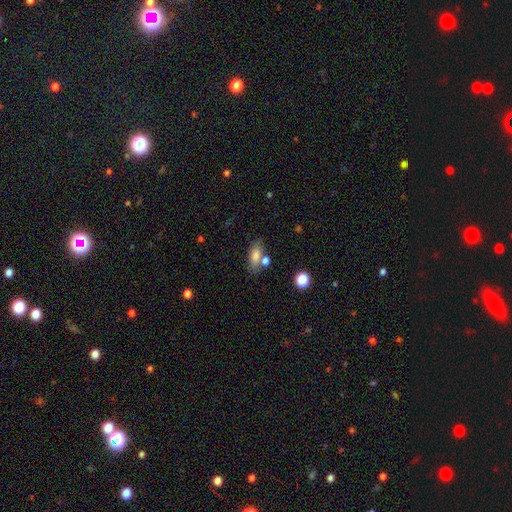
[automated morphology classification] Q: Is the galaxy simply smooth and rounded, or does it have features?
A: smooth — 78%.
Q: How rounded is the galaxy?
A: in between — 81%.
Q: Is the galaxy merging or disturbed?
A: none — 58%.